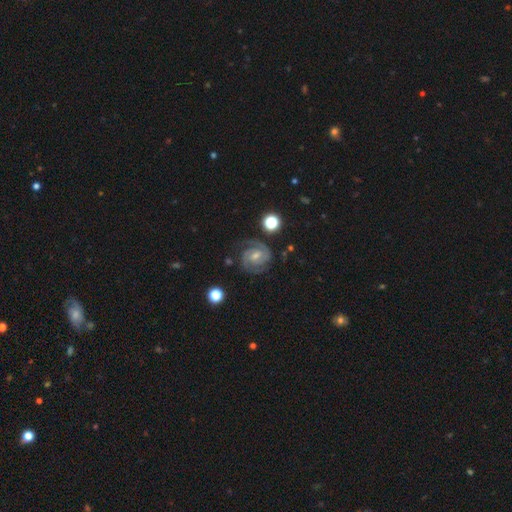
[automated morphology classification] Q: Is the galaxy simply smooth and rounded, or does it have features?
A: featured or disk — 88%.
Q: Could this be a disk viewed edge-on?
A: no — 98%.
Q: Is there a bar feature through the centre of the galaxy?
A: weak — 52%.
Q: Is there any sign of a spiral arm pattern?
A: yes — 98%.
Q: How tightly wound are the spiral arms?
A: tight — 59%.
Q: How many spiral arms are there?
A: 2 — 77%.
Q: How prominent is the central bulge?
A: small — 49%.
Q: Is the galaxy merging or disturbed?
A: none — 77%.